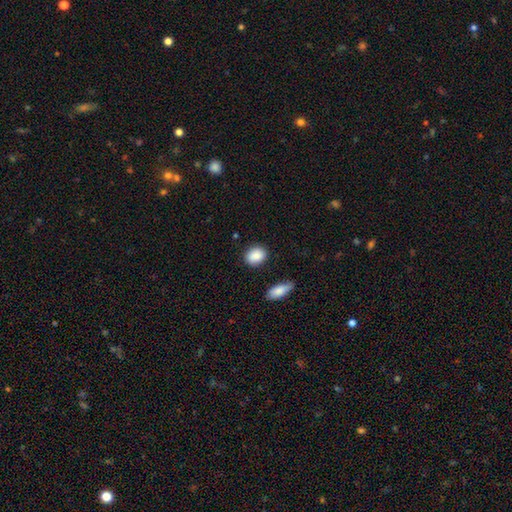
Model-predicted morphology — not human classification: type=smooth (89%); roundness=in between (52%); merging=none (84%).